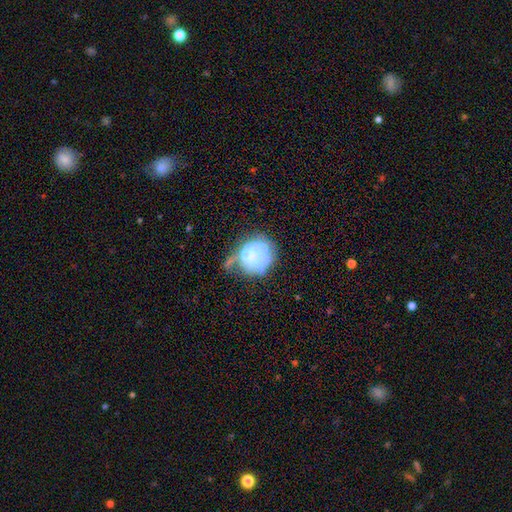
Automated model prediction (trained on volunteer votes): Smooth or featured: featured or disk — 53% (smooth — 36%)
Edge-on disk: no — 98% (yes — 2%)
Bar: no — 88% (weak — 9%)
Spiral arms: no — 87% (yes — 13%)
Bulge size: none — 35% (moderate — 29%)
Merging: major disturbance — 30% (none — 27%)